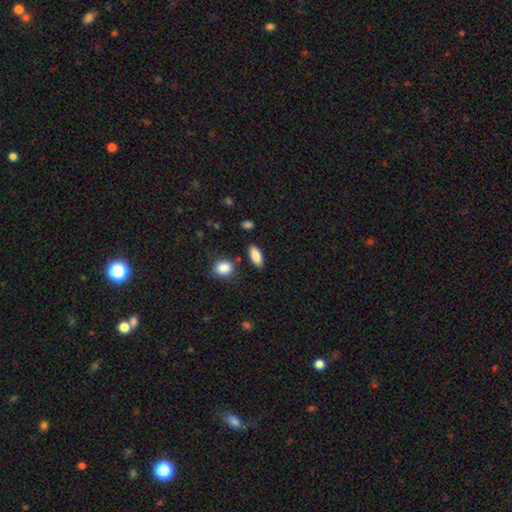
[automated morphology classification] Overall: smooth (88%). How rounded: in between (84%). Merging: none (83%).